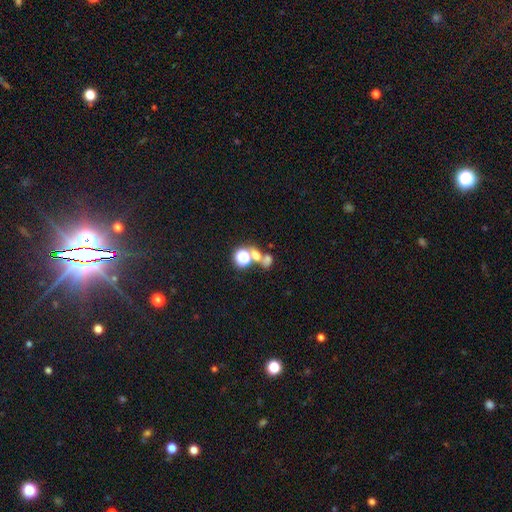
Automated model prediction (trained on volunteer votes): Smooth or featured? Predicted: smooth (p=0.52). How rounded? Predicted: round (p=0.57). Merging? Predicted: merger (p=0.53).